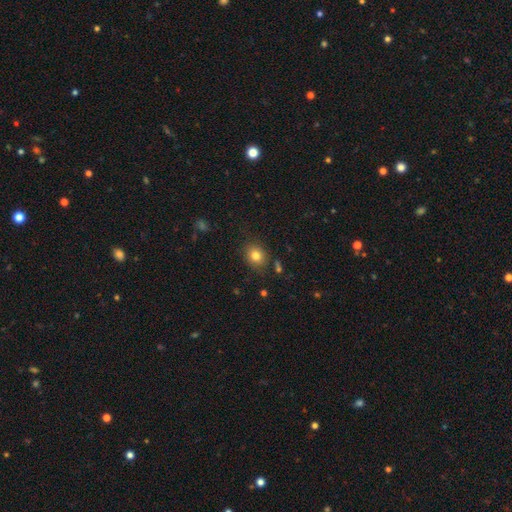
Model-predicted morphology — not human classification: Smooth or featured?
  - smooth: 81% *
  - star or artifact: 12%
  - featured or disk: 8%
How rounded?
  - round: 63% *
  - in between: 37%
  - cigar-shaped: 1%
Merging?
  - none: 84% *
  - minor disturbance: 11%
  - major disturbance: 3%
  - merger: 2%